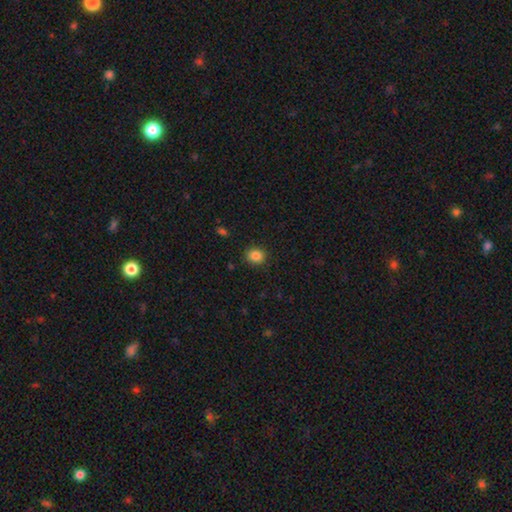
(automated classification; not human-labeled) Smooth or featured? Predicted: smooth (p=0.86). How rounded? Predicted: round (p=0.69). Merging? Predicted: none (p=0.89).